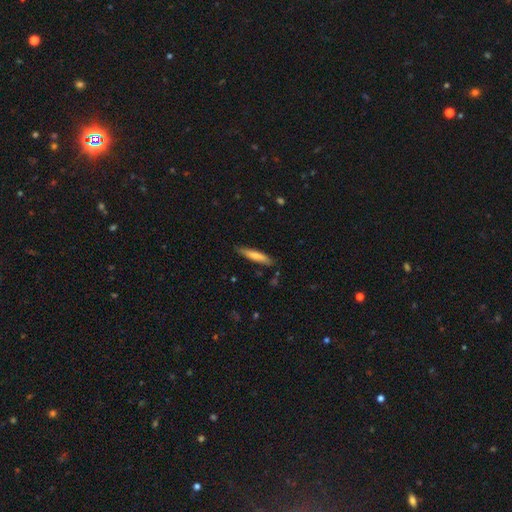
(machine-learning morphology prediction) A smooth galaxy with no disk features (71%) that is cigar-shaped (89%). Merging: none (82%).